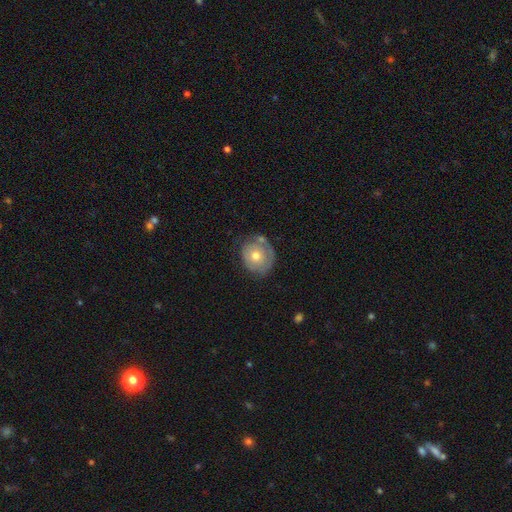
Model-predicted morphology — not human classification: Smooth or featured? smooth (54%)
How rounded? round (79%)
Merging? none (57%)